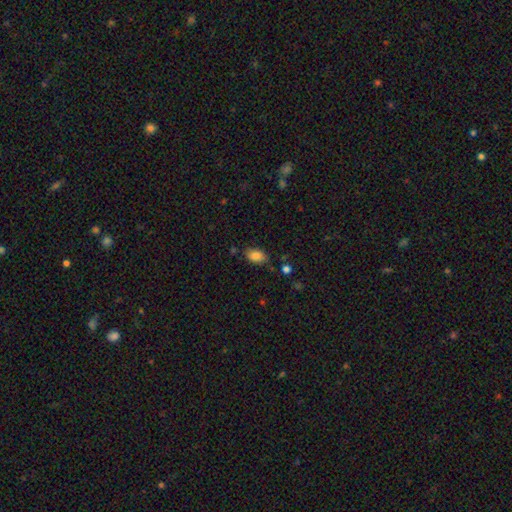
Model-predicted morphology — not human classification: smooth 85%, star or artifact 9%, featured or disk 6%. Down the decision tree: how rounded — in between (89%); merging — none (77%).